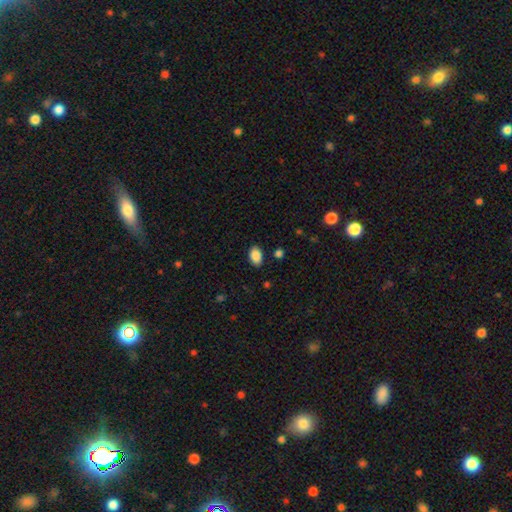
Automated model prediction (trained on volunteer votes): Smooth or featured? smooth (88%)
How rounded? in between (89%)
Merging? none (86%)